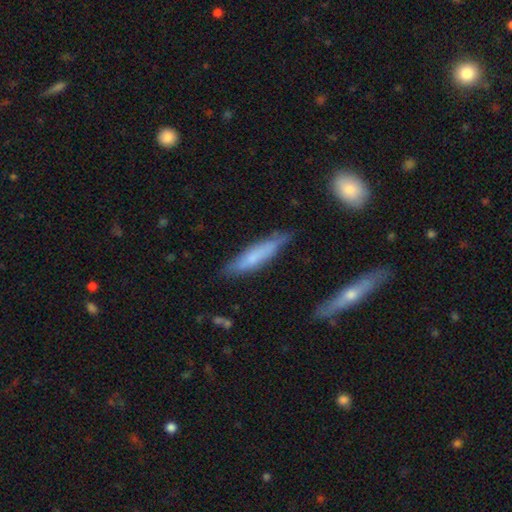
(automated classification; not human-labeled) Smooth or featured?
  - smooth: 63% *
  - featured or disk: 31%
  - star or artifact: 6%
How rounded?
  - cigar-shaped: 84% *
  - in between: 14%
  - round: 1%
Merging?
  - none: 78% *
  - minor disturbance: 17%
  - major disturbance: 3%
  - merger: 2%